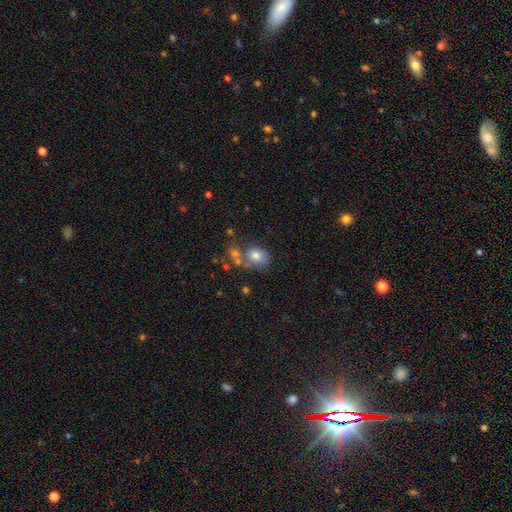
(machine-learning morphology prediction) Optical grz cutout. It shows a smooth galaxy with no disk features (74%) that is round (54%). Merging: none (46%).